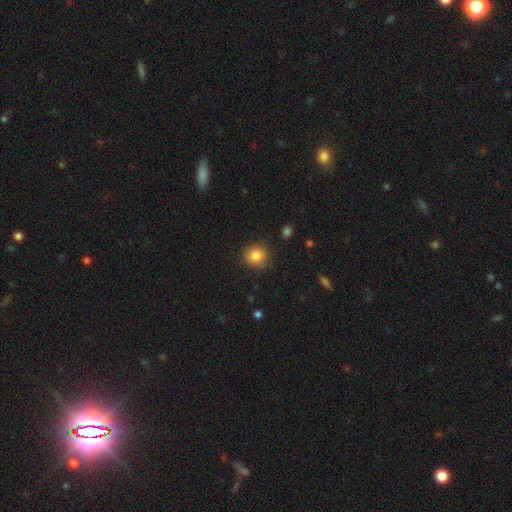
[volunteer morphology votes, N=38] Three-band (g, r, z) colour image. It shows a smooth galaxy with no disk features (84%) that is round (84%). Merging: none (89%).